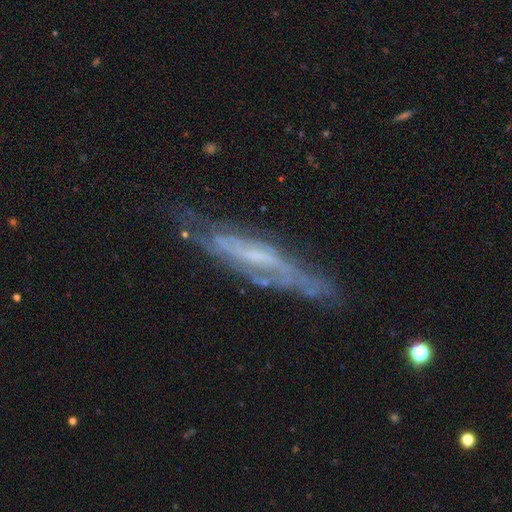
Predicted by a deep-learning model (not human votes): A featured or disk galaxy (73%) viewed edge-on (55%). Merging: none (61%).